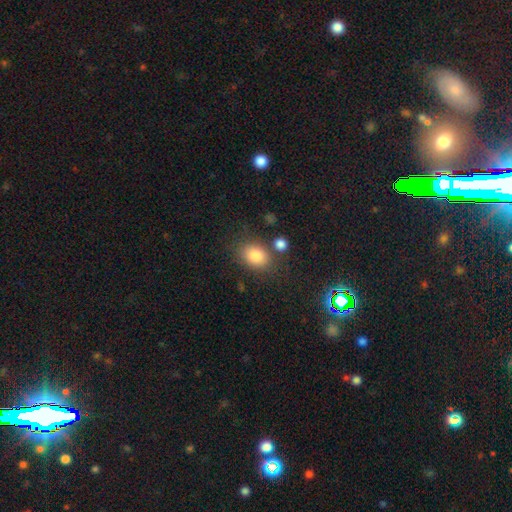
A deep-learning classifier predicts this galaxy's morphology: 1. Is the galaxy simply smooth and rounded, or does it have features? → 83% smooth, 10% star or artifact, 7% featured or disk.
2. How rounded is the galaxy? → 61% in between, 37% round, 1% cigar-shaped.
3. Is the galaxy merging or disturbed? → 73% none, 13% minor disturbance, 9% merger, 5% major disturbance.